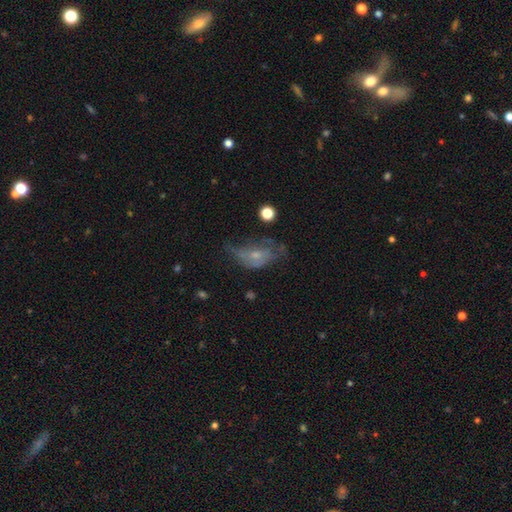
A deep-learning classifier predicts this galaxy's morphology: smooth_or_featured: featured or disk (p=0.51) [alt: smooth p=0.37]
disk_edge_on: no (p=0.94) [alt: yes p=0.06]
merging: major disturbance (p=0.39) [alt: minor disturbance p=0.29]